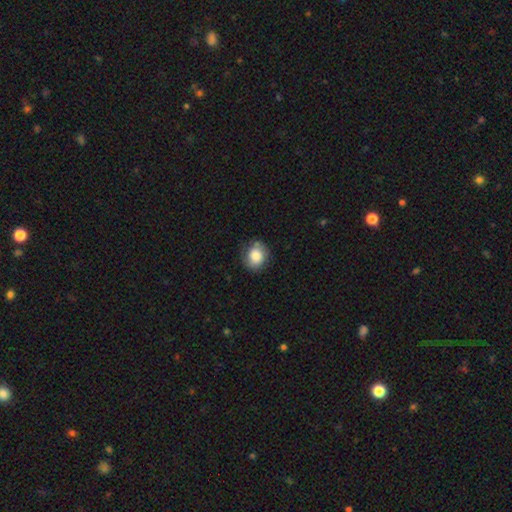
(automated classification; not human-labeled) This appears to be a smooth galaxy with no disk features (77%) that is round (70%). Merging: none (70%).